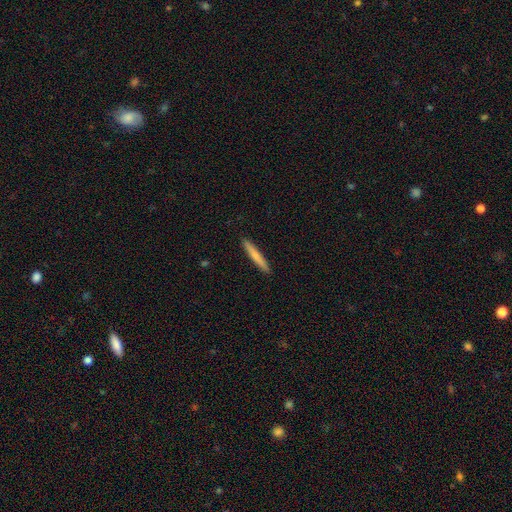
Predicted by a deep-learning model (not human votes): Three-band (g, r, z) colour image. It shows a smooth galaxy with no disk features (72%) that is cigar-shaped (95%). Merging: none (92%).